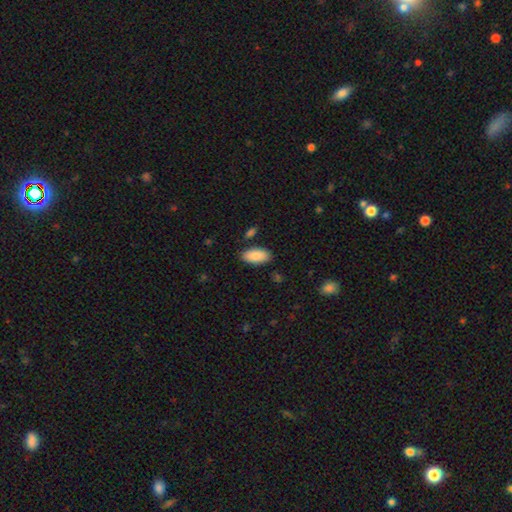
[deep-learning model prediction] Q: Smooth or featured?
A: smooth (88%); runner-up: featured or disk (6%)
Q: How rounded?
A: in between (94%); runner-up: cigar-shaped (4%)
Q: Merging?
A: none (85%); runner-up: minor disturbance (10%)